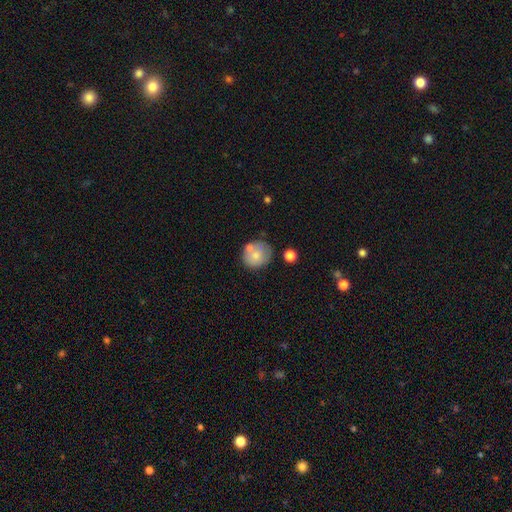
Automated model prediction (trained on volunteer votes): The model was most divided on "merging": none: 62%, merger: 17%, minor disturbance: 16%, major disturbance: 5%. More confident: how rounded — round (82%); smooth or featured — smooth (71%).